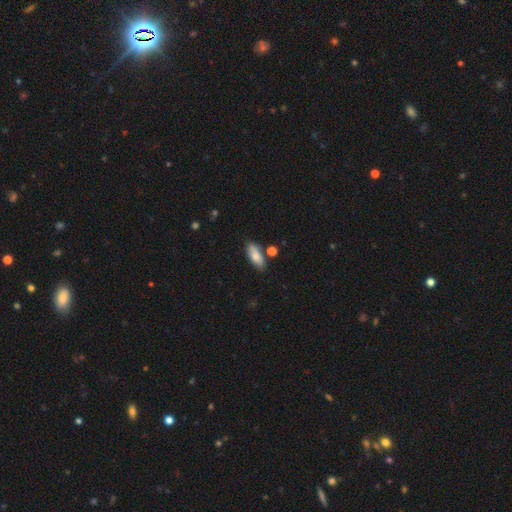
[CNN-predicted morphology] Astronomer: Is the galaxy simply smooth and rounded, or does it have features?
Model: smooth — 79%.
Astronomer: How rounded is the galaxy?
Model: in between — 73%.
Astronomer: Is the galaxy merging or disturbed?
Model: none — 75%.